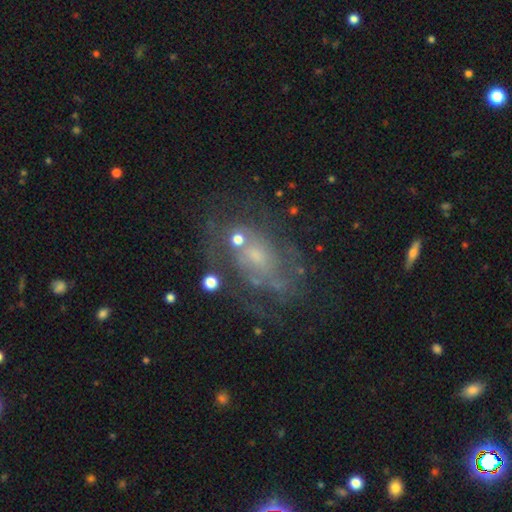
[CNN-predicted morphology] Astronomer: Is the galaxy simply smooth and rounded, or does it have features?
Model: featured or disk — 70%.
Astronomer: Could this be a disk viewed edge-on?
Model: no — 96%.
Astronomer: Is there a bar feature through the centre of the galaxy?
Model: no — 68%.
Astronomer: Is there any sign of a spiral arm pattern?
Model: yes — 72%.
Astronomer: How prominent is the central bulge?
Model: small — 55%.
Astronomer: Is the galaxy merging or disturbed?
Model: none — 58%.